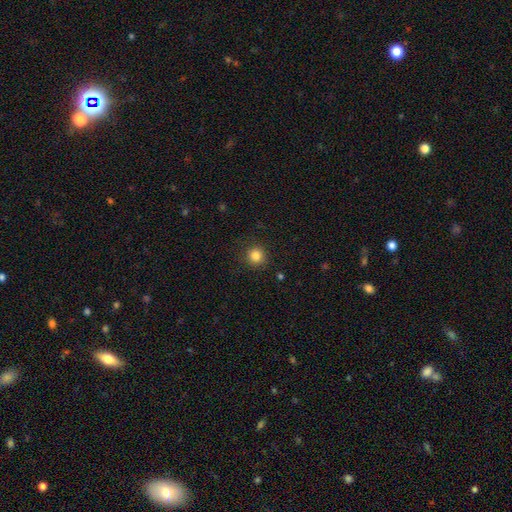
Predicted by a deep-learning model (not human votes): Smooth or featured: smooth — 83% (star or artifact — 12%)
How rounded: round — 94% (in between — 5%)
Merging: none — 91% (minor disturbance — 6%)